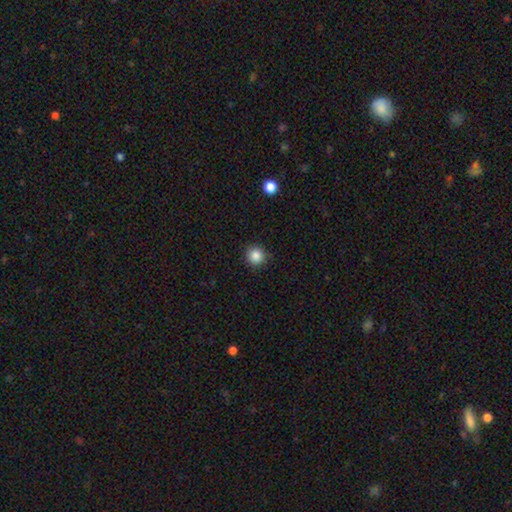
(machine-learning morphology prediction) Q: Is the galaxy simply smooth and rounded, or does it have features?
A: smooth — 86%.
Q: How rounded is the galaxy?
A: round — 94%.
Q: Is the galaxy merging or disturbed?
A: none — 91%.